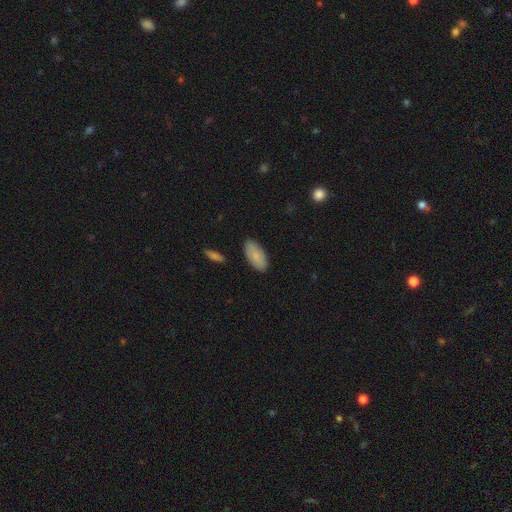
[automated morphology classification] Smooth or featured? smooth (85%)
How rounded? in between (92%)
Merging? none (87%)